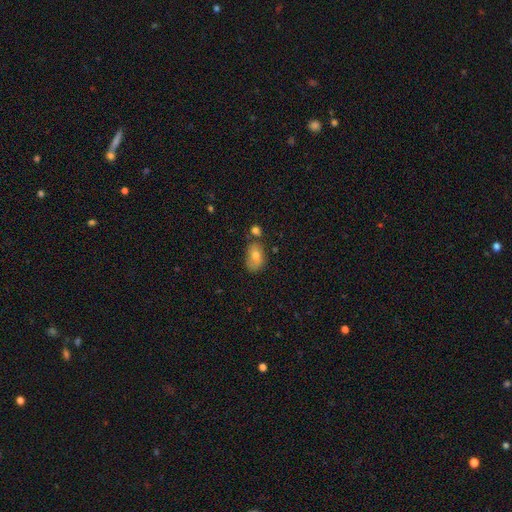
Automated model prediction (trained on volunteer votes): A smooth galaxy with no disk features (64%) that is in between round and cigar-shaped (83%).

Vote fractions:
- Smooth or featured? smooth: 64% / featured or disk: 25% / star or artifact: 11%
- How rounded? in between: 83% / round: 15% / cigar-shaped: 2%
- Merging? none: 56% / minor disturbance: 25% / merger: 12% / major disturbance: 7%